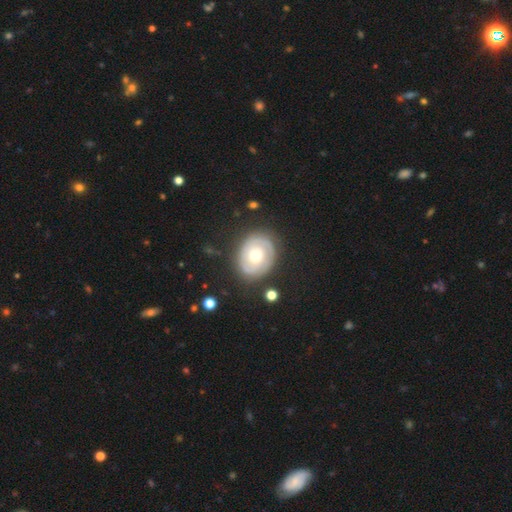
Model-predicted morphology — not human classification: A featured or disk galaxy (70%) with no bar (73%), 2 (62%) tight (66%) spiral arms (81%) and a moderate central bulge (68%).

Vote fractions:
- Smooth or featured? featured or disk: 70% / smooth: 24% / star or artifact: 6%
- Edge-on disk? no: 97% / yes: 3%
- Bar? no: 73% / weak: 22% / strong: 5%
- Spiral arms? yes: 81% / no: 19%
- Spiral winding? tight: 66% / medium: 25% / loose: 9%
- Spiral arm count? 2: 62% / can't tell: 21% / 1: 8% / 3: 5% / 4: 2% / more than 4: 2%
- Bulge size? moderate: 68% / small: 19% / large: 11% / dominant: 1% / none: 1%
- Merging? none: 79% / minor disturbance: 14% / major disturbance: 5% / merger: 2%